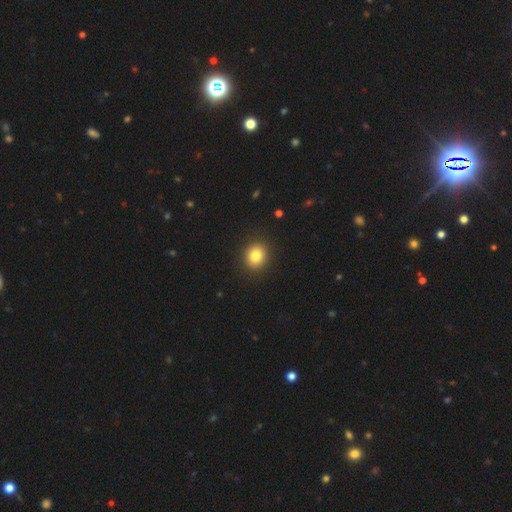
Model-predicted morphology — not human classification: A smooth galaxy with no disk features (83%) that is round (76%).

Vote fractions:
- Smooth or featured? smooth: 83% / star or artifact: 10% / featured or disk: 7%
- How rounded? round: 76% / in between: 23% / cigar-shaped: 1%
- Merging? none: 92% / minor disturbance: 6% / major disturbance: 2% / merger: 1%